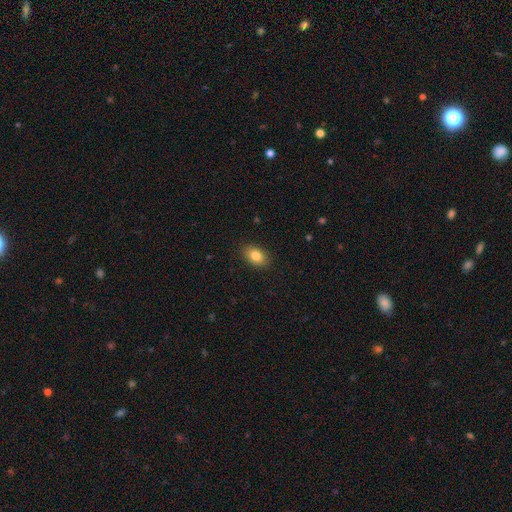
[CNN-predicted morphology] A smooth galaxy with no disk features (84%) that is in between round and cigar-shaped (83%). Merging: none (88%).